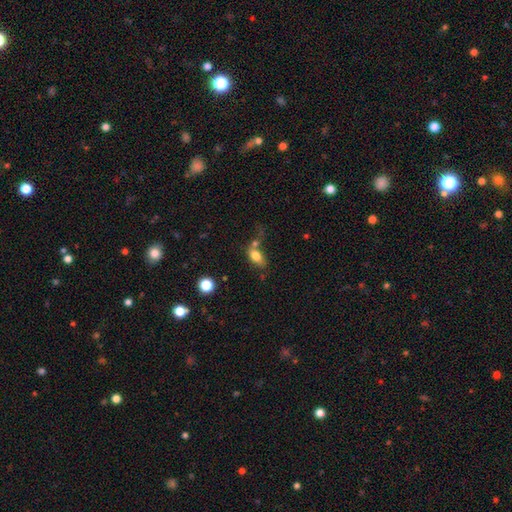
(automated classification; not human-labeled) Overall: smooth (78%). How rounded: in between (84%). Merging: none (40%; merger 34%).